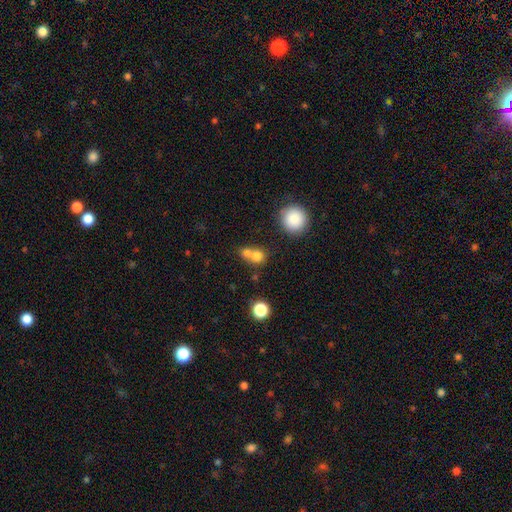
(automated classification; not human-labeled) Smooth or featured? smooth (74%)
How rounded? round (82%)
Merging? merger (54%)